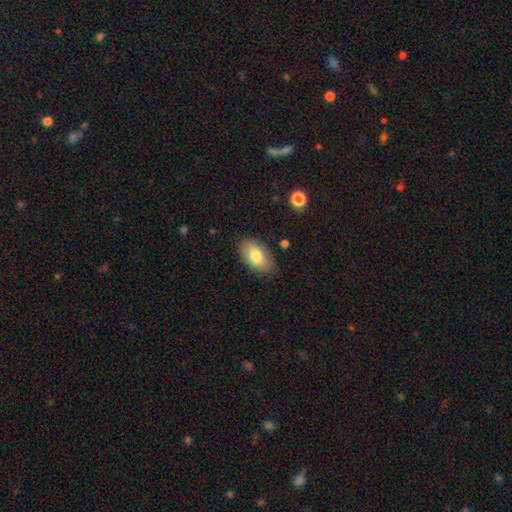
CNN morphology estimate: The model was most divided on "smooth or featured": smooth: 80%, featured or disk: 13%, star or artifact: 7%. More confident: how rounded — in between (94%); merging — none (84%).